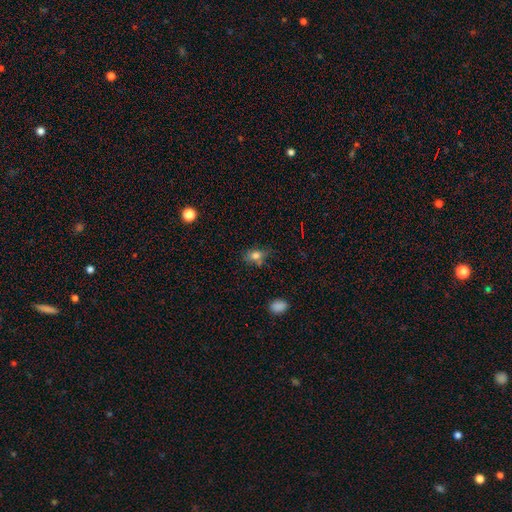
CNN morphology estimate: type=smooth (74%); roundness=in between (68%); merging=none (59%).